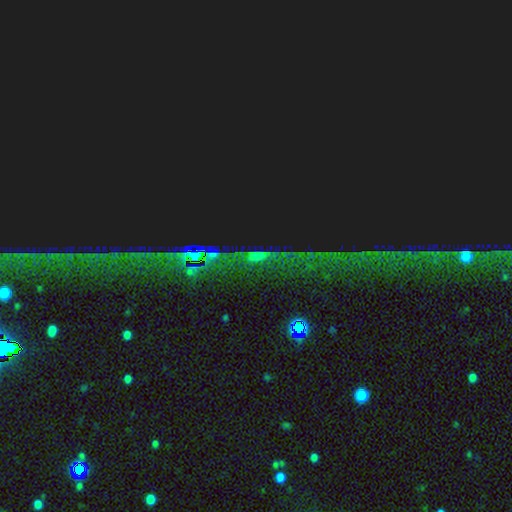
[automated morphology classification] A star or artifact, not a galaxy (60%).

Vote fractions:
- Smooth or featured? star or artifact: 60% / featured or disk: 21% / smooth: 20%